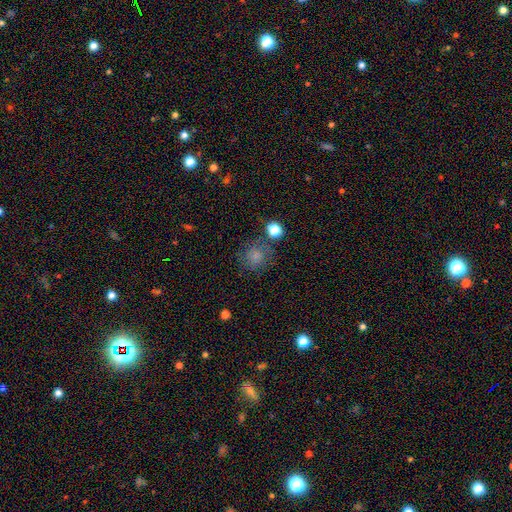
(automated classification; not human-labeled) This appears to be a smooth galaxy with no disk features (75%) that is round (88%). Merging: none (71%).